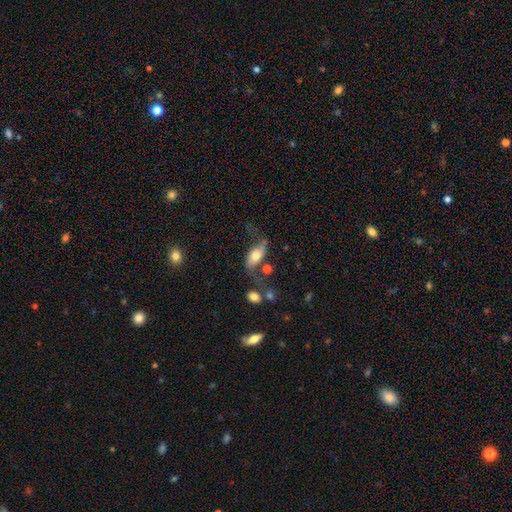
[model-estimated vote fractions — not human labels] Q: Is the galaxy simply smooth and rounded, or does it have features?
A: smooth — 51%.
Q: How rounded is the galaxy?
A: in between — 88%.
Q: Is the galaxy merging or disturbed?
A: none — 44%.